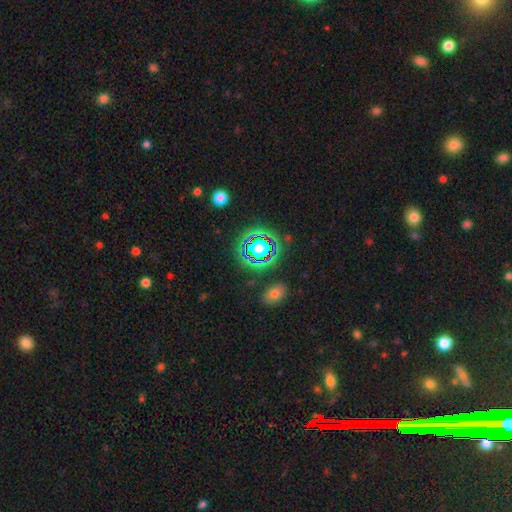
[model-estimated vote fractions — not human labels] This is likely a star or artifact rather than a galaxy (73%).